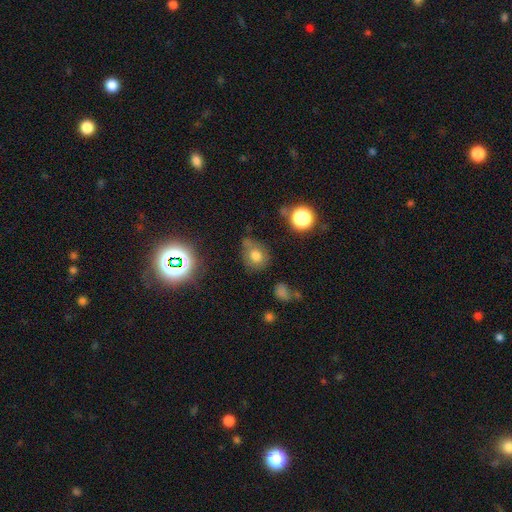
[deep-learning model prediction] This is likely a smooth galaxy (69%). How rounded: possibly round (59%). Merging: possibly none (51%).